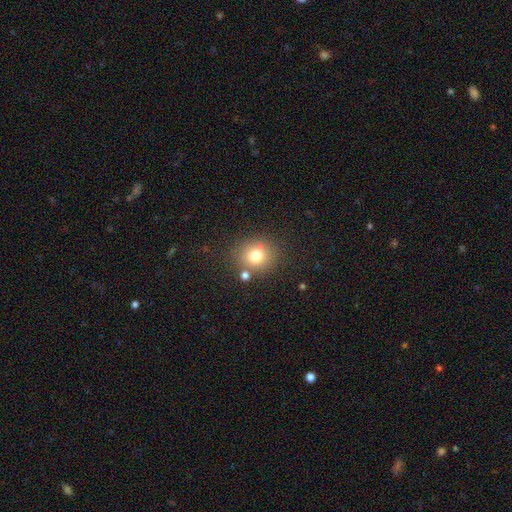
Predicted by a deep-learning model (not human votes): A smooth galaxy with no disk features (77%) that is round (82%). Merging: none (78%).